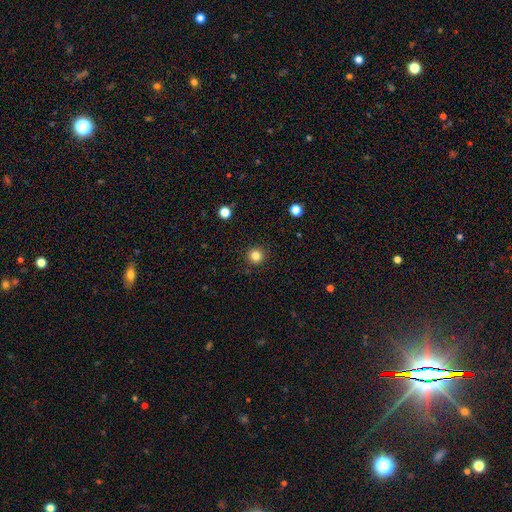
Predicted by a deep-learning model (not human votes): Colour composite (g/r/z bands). It shows a smooth galaxy with no disk features (83%) that is round (95%). Merging: none (92%).